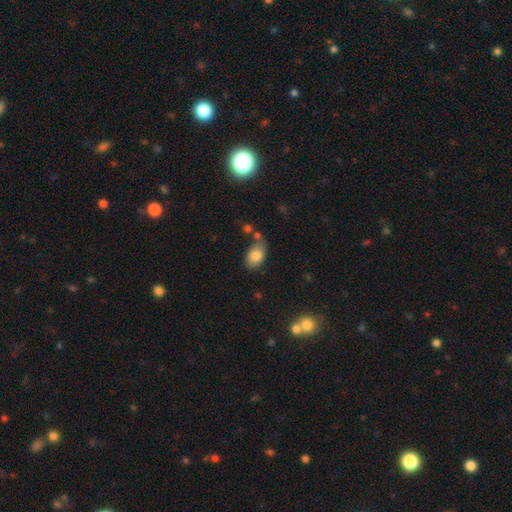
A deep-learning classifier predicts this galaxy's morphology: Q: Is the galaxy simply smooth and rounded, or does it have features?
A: smooth — 82%.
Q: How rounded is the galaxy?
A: in between — 88%.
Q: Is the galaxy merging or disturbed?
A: none — 62%.